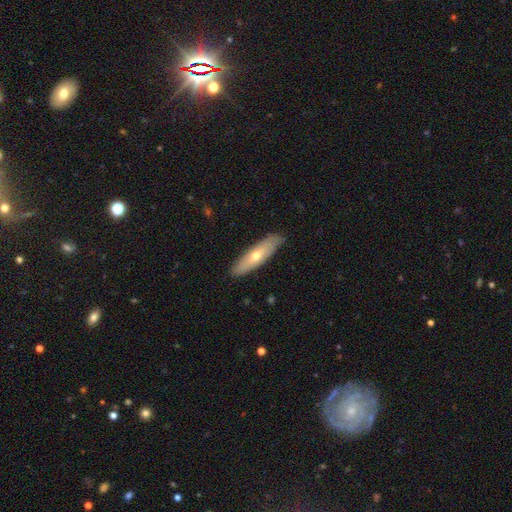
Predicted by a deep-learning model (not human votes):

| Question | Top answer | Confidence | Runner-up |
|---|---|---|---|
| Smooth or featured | smooth | 53% | featured or disk (41%) |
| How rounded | cigar-shaped | 66% | in between (32%) |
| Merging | none | 87% | minor disturbance (10%) |